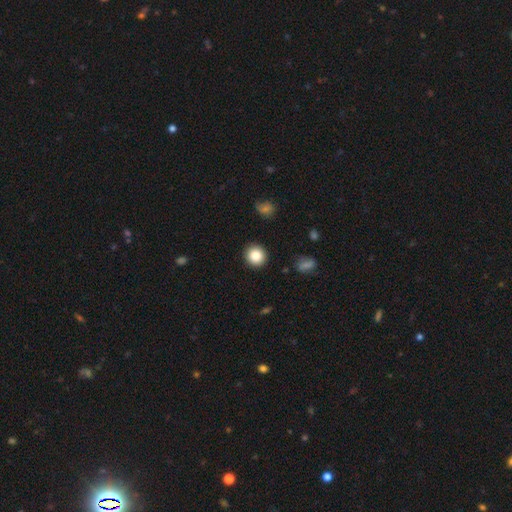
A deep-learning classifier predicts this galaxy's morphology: smooth-or-featured: smooth: 86% | star or artifact: 9% | featured or disk: 4%
  how-rounded: round: 91% | in between: 8% | cigar-shaped: 1%
  merging: none: 91% | minor disturbance: 6% | major disturbance: 2% | merger: 1%